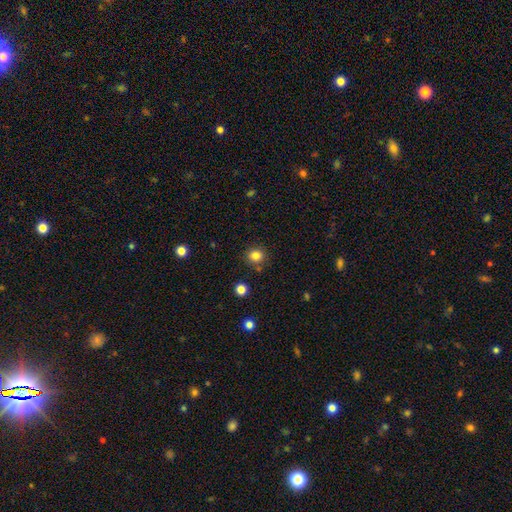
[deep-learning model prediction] Overall: smooth (83%). How rounded: round (88%). Merging: none (86%).